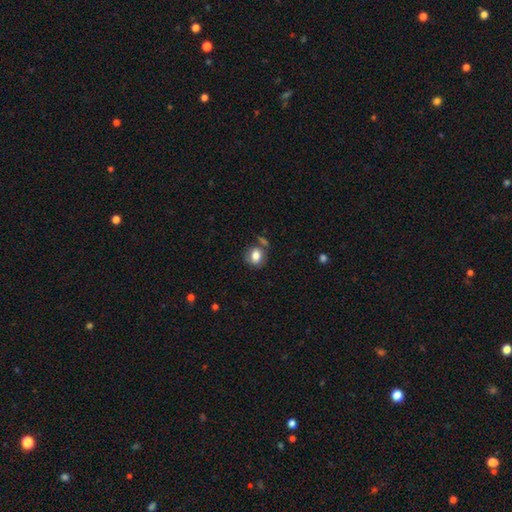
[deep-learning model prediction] Smooth or featured? Predicted: smooth (p=0.77). How rounded? Predicted: round (p=0.53). Merging? Predicted: none (p=0.62).